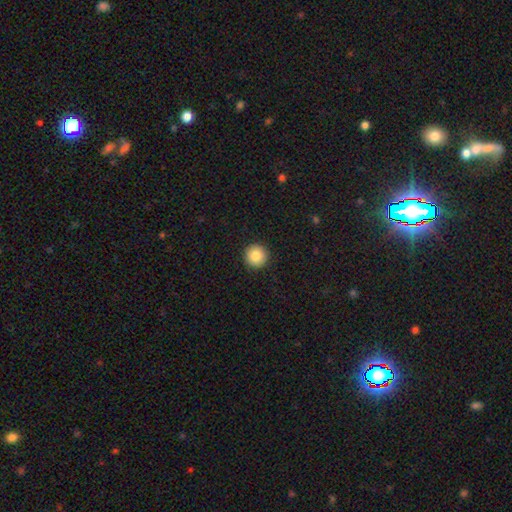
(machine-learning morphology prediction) Smooth or featured? smooth (85%)
How rounded? round (96%)
Merging? none (93%)